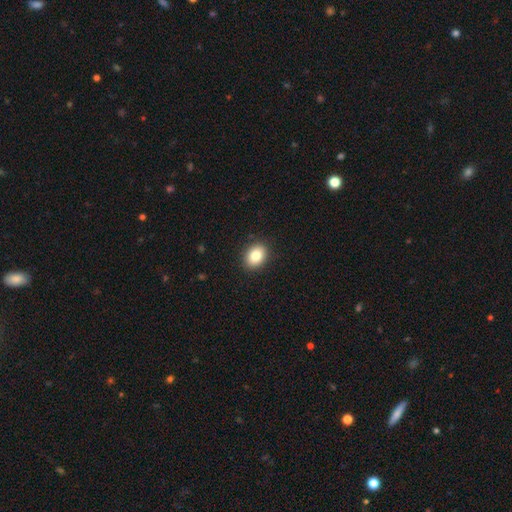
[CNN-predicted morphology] This appears to be a smooth galaxy with no disk features (83%) that is in between round and cigar-shaped (65%). Merging: none (90%).